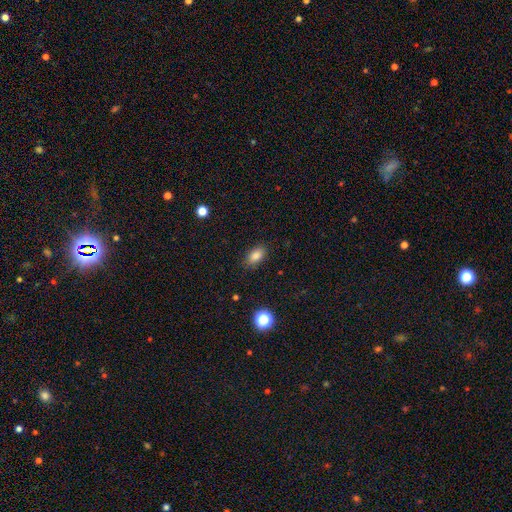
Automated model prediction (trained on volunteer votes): Smooth or featured? Predicted: smooth (p=0.84). How rounded? Predicted: in between (p=0.89). Merging? Predicted: none (p=0.87).